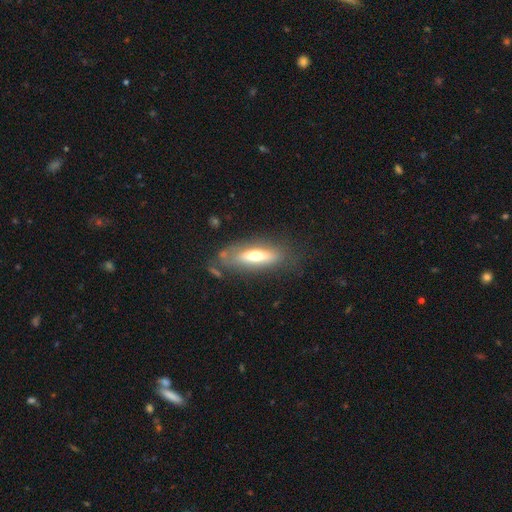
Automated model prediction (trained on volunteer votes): A smooth galaxy with no disk features (55%) that is in between round and cigar-shaped (52%). Merging: none (67%).